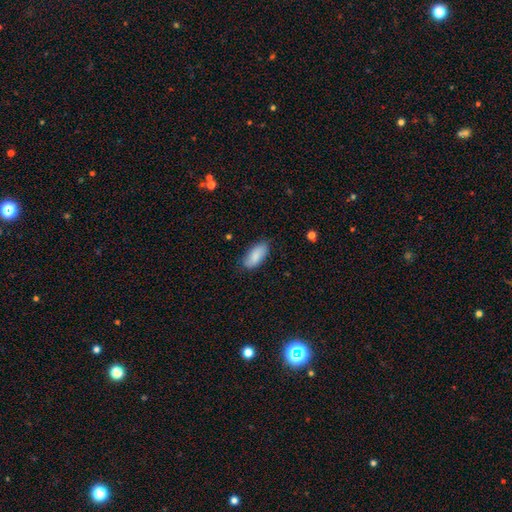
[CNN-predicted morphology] Smooth or featured? Predicted: smooth (p=0.86). How rounded? Predicted: in between (p=0.89). Merging? Predicted: none (p=0.79).